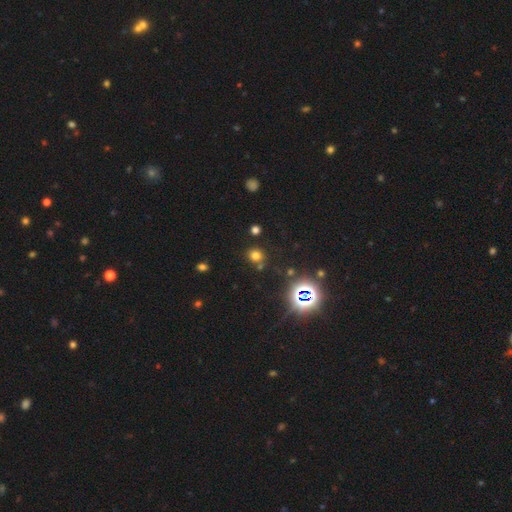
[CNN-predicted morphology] This appears to be a smooth galaxy with no disk features (65%) that is round (85%). Merging: none (77%).